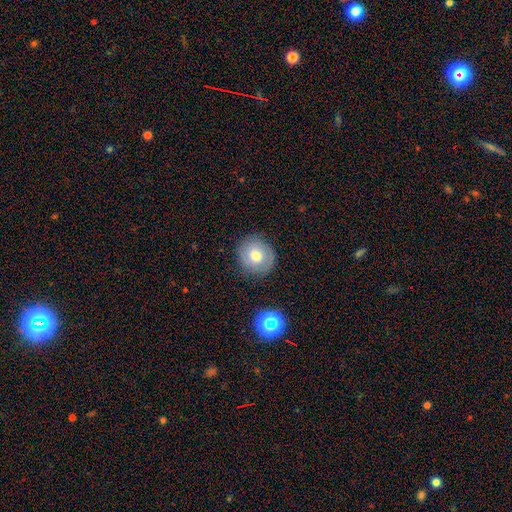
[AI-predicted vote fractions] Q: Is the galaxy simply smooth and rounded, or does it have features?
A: smooth — 66%.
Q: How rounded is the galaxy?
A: round — 88%.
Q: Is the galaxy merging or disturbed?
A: none — 84%.